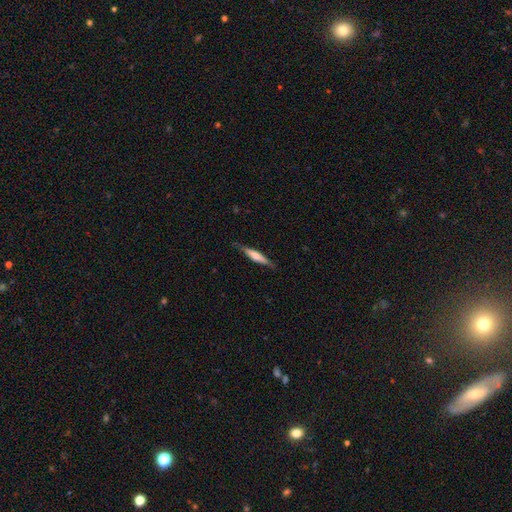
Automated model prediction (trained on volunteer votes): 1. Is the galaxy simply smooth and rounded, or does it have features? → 50% featured or disk, 44% smooth, 6% star or artifact.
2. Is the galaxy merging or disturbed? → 83% none, 13% minor disturbance, 3% major disturbance, 1% merger.